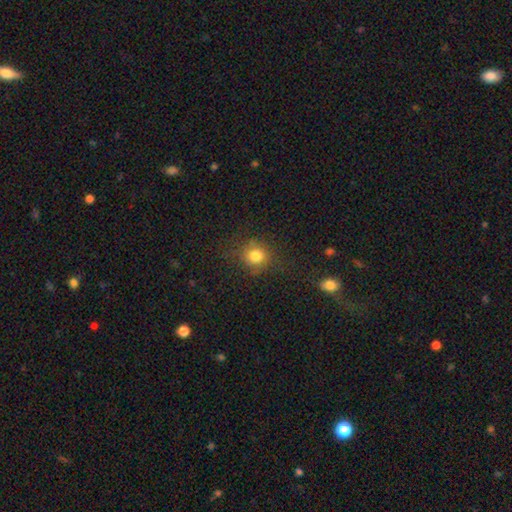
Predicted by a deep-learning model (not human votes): Smooth or featured? Predicted: smooth (p=0.80). How rounded? Predicted: round (p=0.87). Merging? Predicted: none (p=0.79).